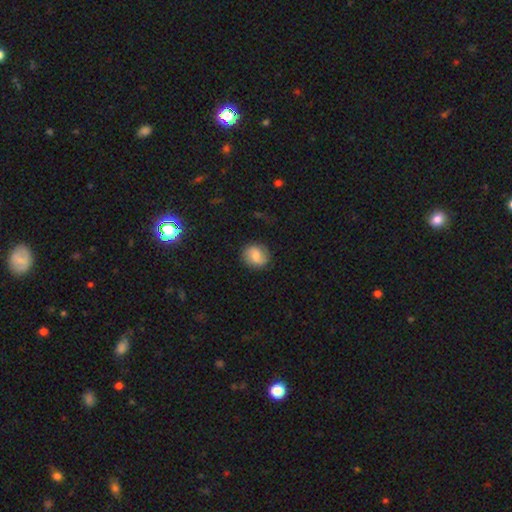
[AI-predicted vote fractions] A smooth galaxy with no disk features (63%) that is round (77%). Merging: none (82%).